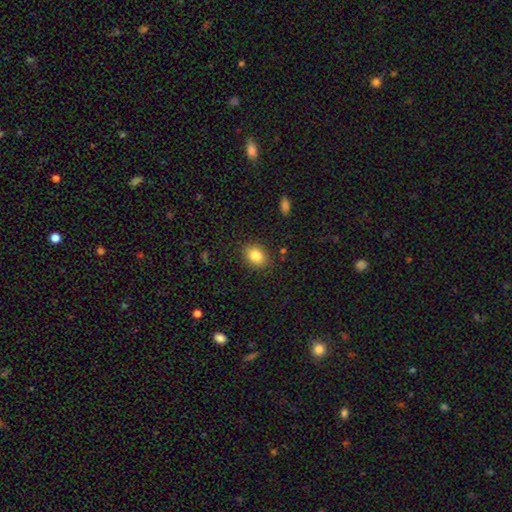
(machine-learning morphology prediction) A smooth galaxy with no disk features (83%) that is in between round and cigar-shaped (63%). Merging: none (86%).